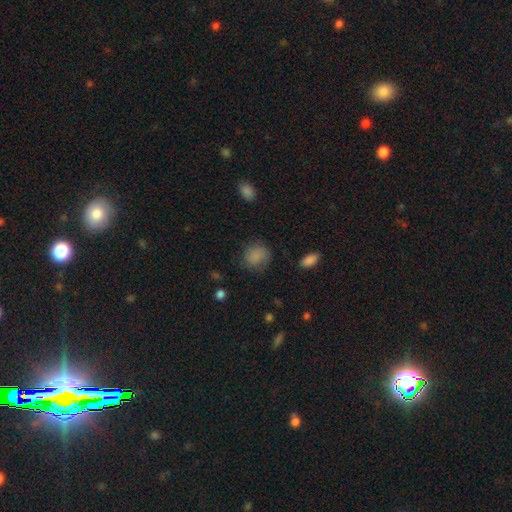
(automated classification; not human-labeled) Overall: smooth (82%). How rounded: round (77%). Merging: none (72%).